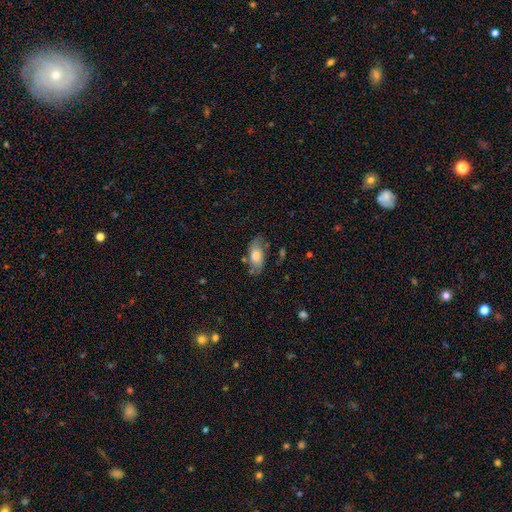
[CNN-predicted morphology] Smooth or featured: smooth — 55% (featured or disk — 37%)
How rounded: in between — 87% (cigar-shaped — 7%)
Merging: none — 61% (minor disturbance — 24%)